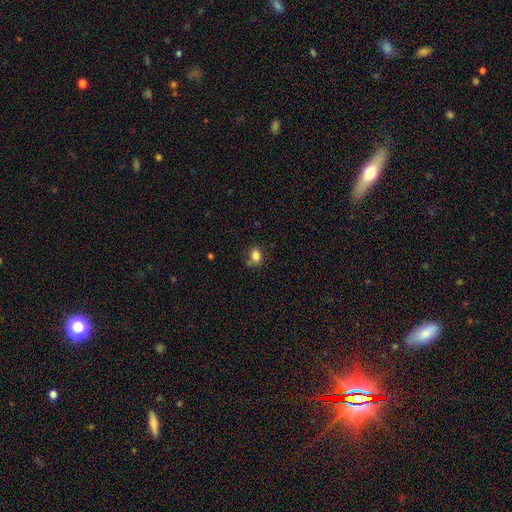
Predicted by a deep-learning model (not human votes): smooth_or_featured: smooth (p=0.83) [alt: star or artifact p=0.11]
how_rounded: in between (p=0.53) [alt: round p=0.45]
merging: none (p=0.67) [alt: minor disturbance p=0.19]